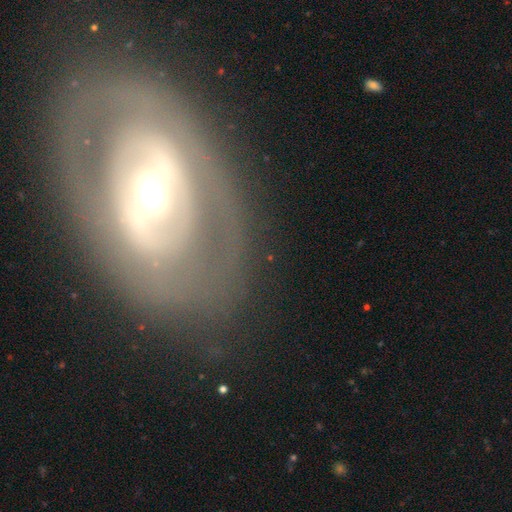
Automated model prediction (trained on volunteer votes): Smooth or featured?
  - featured or disk: 76% *
  - smooth: 18%
  - star or artifact: 6%
Edge-on disk?
  - no: 93% *
  - yes: 7%
Bar?
  - no: 43% *
  - weak: 29%
  - strong: 28%
Spiral arms?
  - no: 57% *
  - yes: 43%
Bulge size?
  - moderate: 61% *
  - small: 26%
  - large: 10%
  - dominant: 2%
  - none: 1%
Merging?
  - none: 78% *
  - minor disturbance: 12%
  - major disturbance: 8%
  - merger: 2%